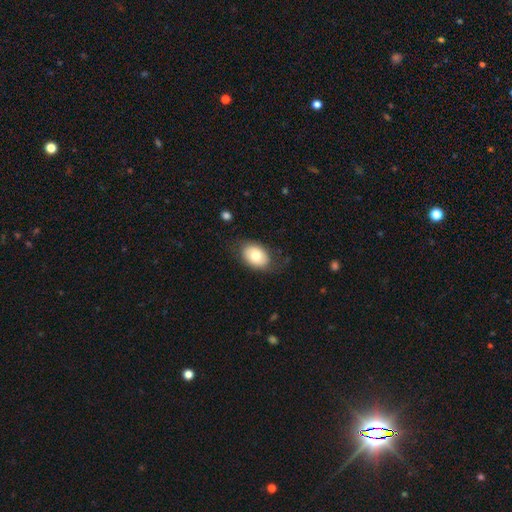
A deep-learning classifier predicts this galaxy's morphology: This is likely a smooth galaxy (74%). How rounded: clearly in between (81%). Merging: likely none (74%).